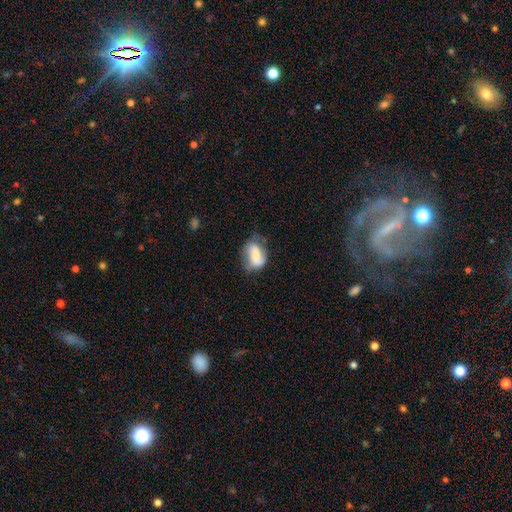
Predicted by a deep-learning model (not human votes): This is possibly a smooth galaxy (54%). How rounded: likely in between (78%). Merging: possibly none (51%).